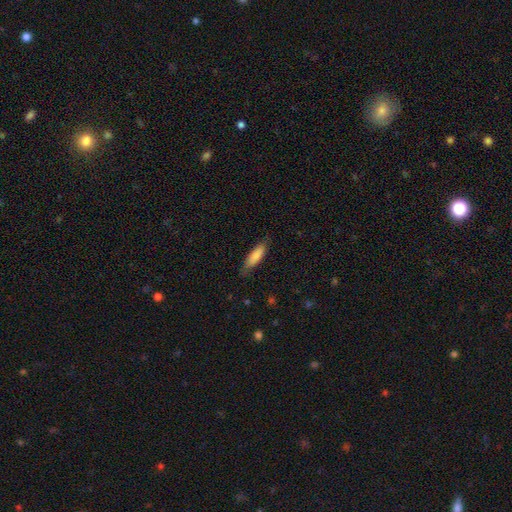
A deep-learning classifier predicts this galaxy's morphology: A smooth galaxy with no disk features (83%) that is in between round and cigar-shaped (50%). Merging: none (77%).